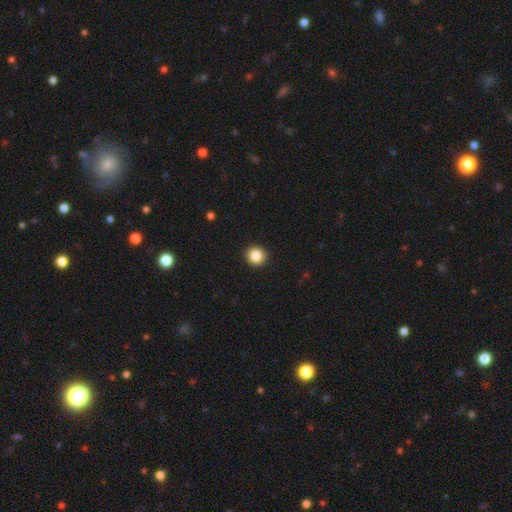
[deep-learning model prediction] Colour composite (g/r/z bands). It shows a smooth galaxy with no disk features (85%) that is round (91%). Merging: none (92%).